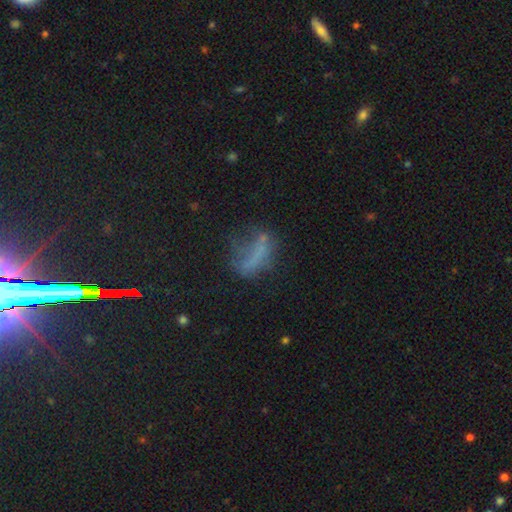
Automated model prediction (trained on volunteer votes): This is possibly a smooth galaxy (49%). Merging: marginally none (39%).